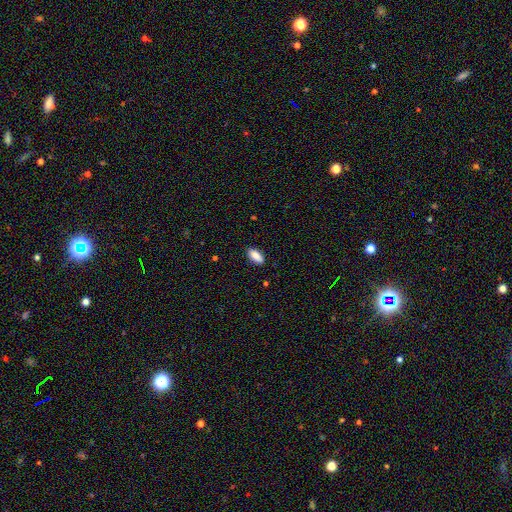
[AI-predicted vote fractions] smooth-or-featured: smooth: 87% | star or artifact: 7% | featured or disk: 6%
  how-rounded: in between: 87% | cigar-shaped: 10% | round: 2%
  merging: none: 88% | minor disturbance: 9% | major disturbance: 2% | merger: 1%